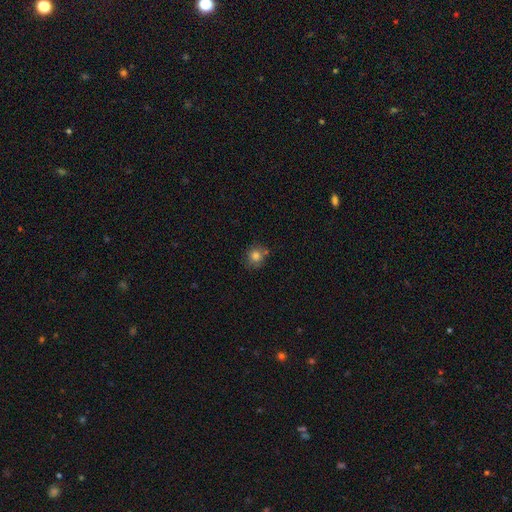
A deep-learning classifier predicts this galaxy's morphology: type=smooth (81%); roundness=round (86%); merging=none (70%).